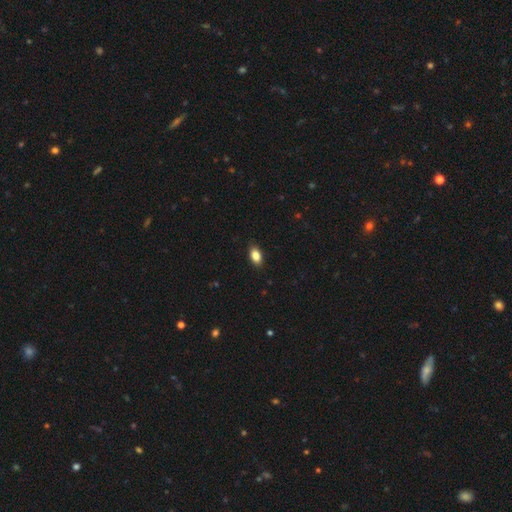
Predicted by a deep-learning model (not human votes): Morphology: type=smooth (87%); roundness=in between (90%); merging=none (86%).